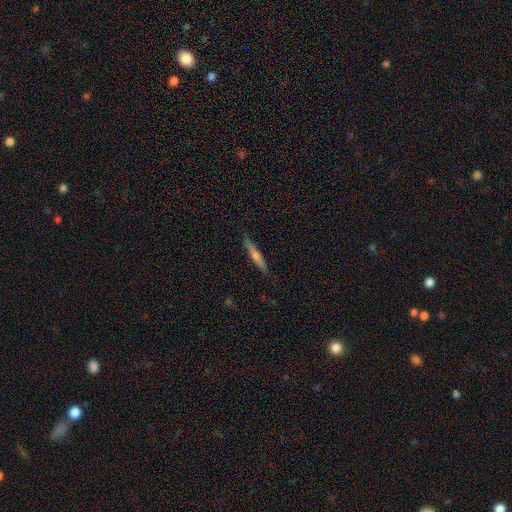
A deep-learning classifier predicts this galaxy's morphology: A smooth galaxy with no disk features (51%) that is cigar-shaped (93%).

Vote fractions:
- Smooth or featured? smooth: 51% / featured or disk: 43% / star or artifact: 6%
- How rounded? cigar-shaped: 93% / in between: 5% / round: 2%
- Merging? none: 86% / minor disturbance: 11% / major disturbance: 2% / merger: 1%